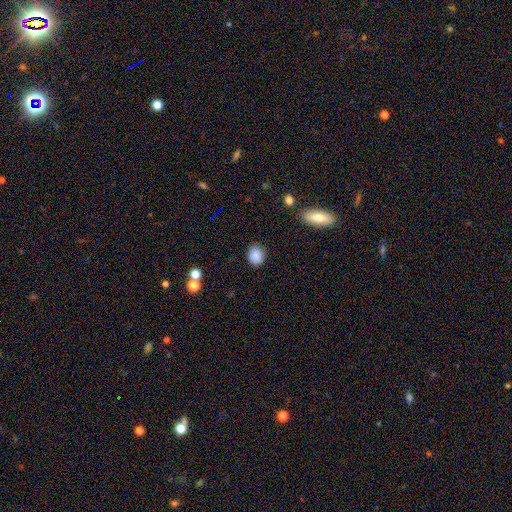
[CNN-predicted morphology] Overall: smooth (87%). How rounded: round (61%; in between 38%). Merging: none (84%).